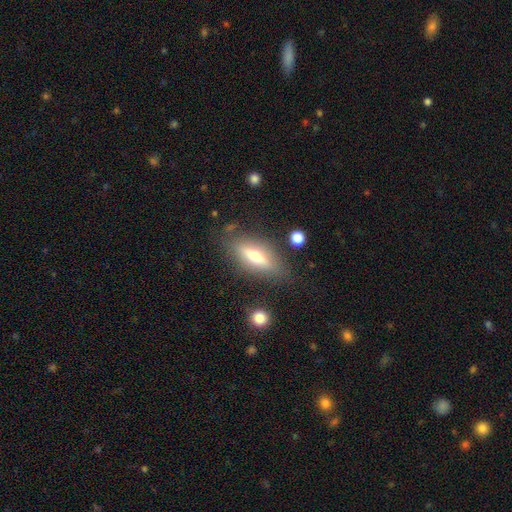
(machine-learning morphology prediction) This appears to be a smooth galaxy with no disk features (51%) that is in between round and cigar-shaped (56%). Merging: none (79%).